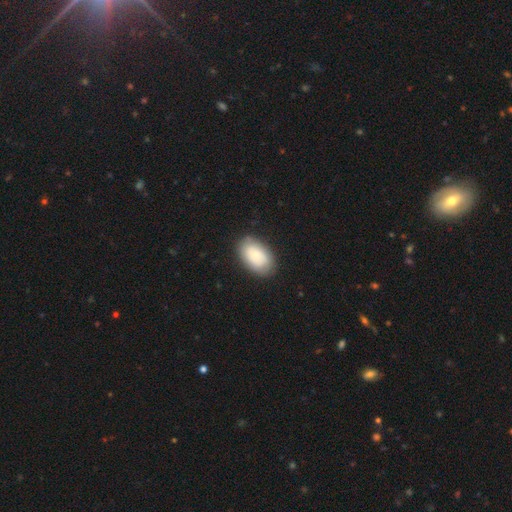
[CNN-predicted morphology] Q: Smooth or featured?
A: smooth (81%); runner-up: featured or disk (13%)
Q: How rounded?
A: in between (92%); runner-up: round (7%)
Q: Merging?
A: none (82%); runner-up: minor disturbance (13%)